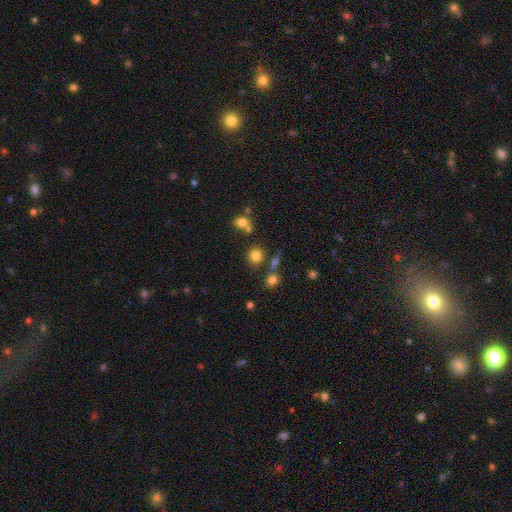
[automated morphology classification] Smooth or featured?
  - smooth: 79% *
  - star or artifact: 14%
  - featured or disk: 7%
How rounded?
  - round: 84% *
  - in between: 15%
  - cigar-shaped: 1%
Merging?
  - none: 71% *
  - merger: 15%
  - minor disturbance: 10%
  - major disturbance: 4%